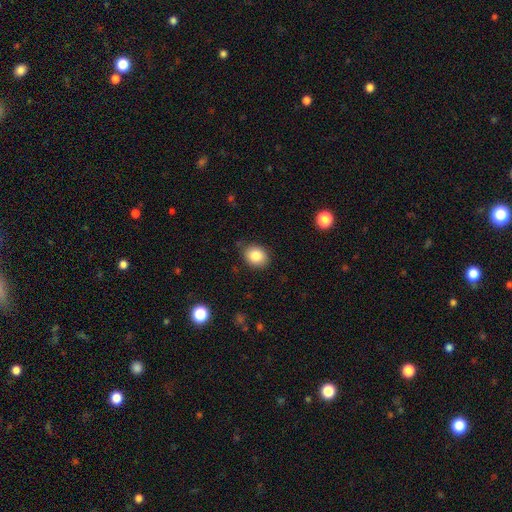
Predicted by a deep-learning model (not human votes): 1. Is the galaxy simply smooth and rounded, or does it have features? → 85% smooth, 9% star or artifact, 6% featured or disk.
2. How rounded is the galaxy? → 52% round, 47% in between, 1% cigar-shaped.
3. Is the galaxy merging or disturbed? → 82% none, 13% minor disturbance, 3% major disturbance, 1% merger.